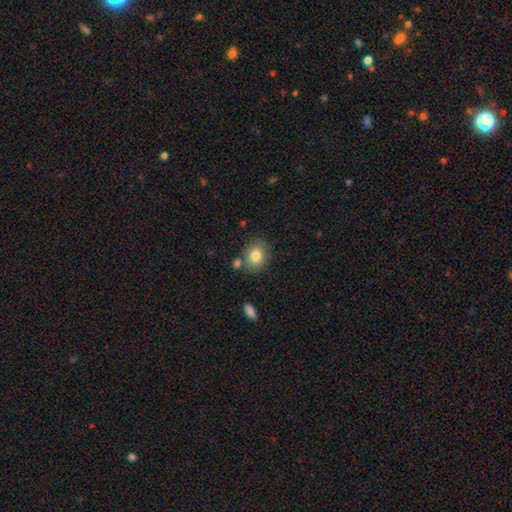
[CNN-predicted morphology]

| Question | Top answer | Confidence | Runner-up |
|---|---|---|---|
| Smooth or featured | smooth | 82% | featured or disk (9%) |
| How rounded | round | 66% | in between (33%) |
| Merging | none | 76% | minor disturbance (11%) |